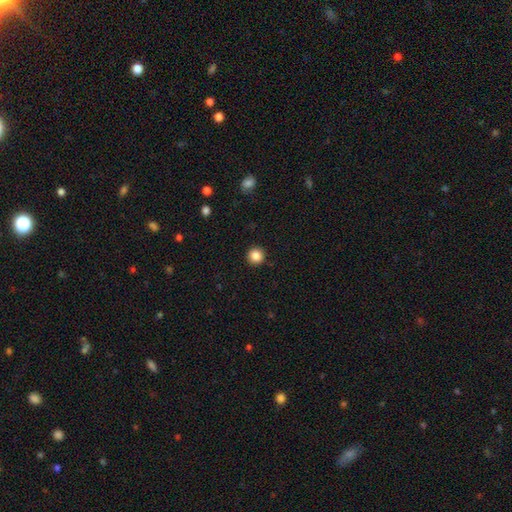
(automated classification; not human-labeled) The model was most divided on "smooth or featured": smooth: 86%, star or artifact: 10%, featured or disk: 4%. More confident: how rounded — round (95%); merging — none (93%).